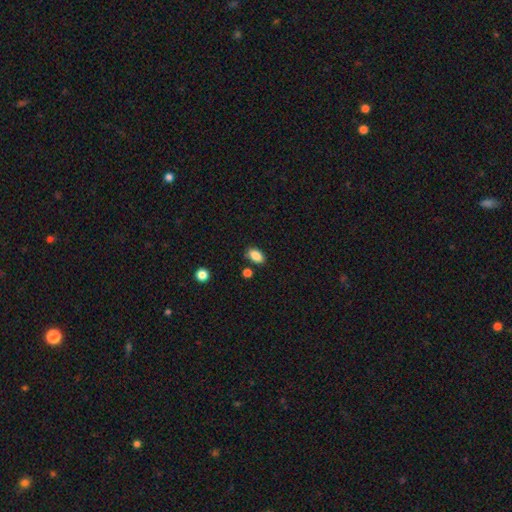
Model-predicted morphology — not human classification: This is clearly a smooth galaxy (86%). How rounded: clearly in between (88%). Merging: likely none (78%).